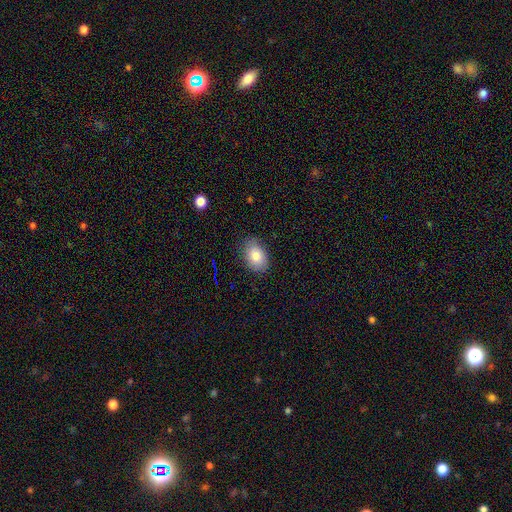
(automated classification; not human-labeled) The model was most divided on "merging": none: 81%, minor disturbance: 15%, major disturbance: 3%, merger: 1%. More confident: how rounded — in between (84%); smooth or featured — smooth (82%).